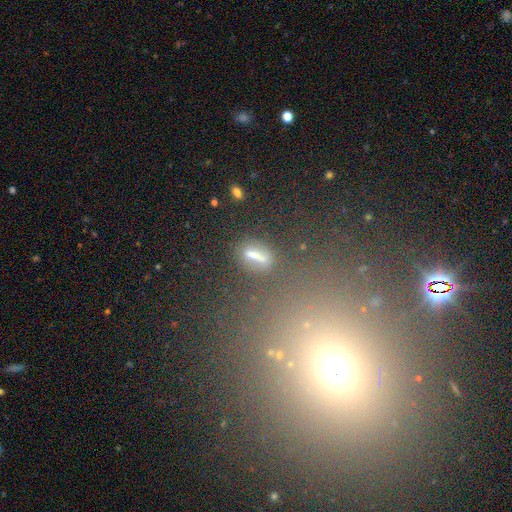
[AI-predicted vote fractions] A smooth galaxy with no disk features (48%). Merging: none (74%).